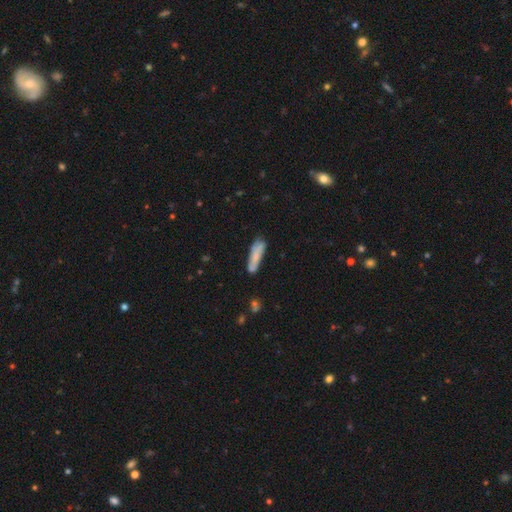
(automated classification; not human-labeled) Q: Smooth or featured?
A: smooth (71%); runner-up: featured or disk (22%)
Q: How rounded?
A: cigar-shaped (75%); runner-up: in between (23%)
Q: Merging?
A: none (66%); runner-up: minor disturbance (23%)